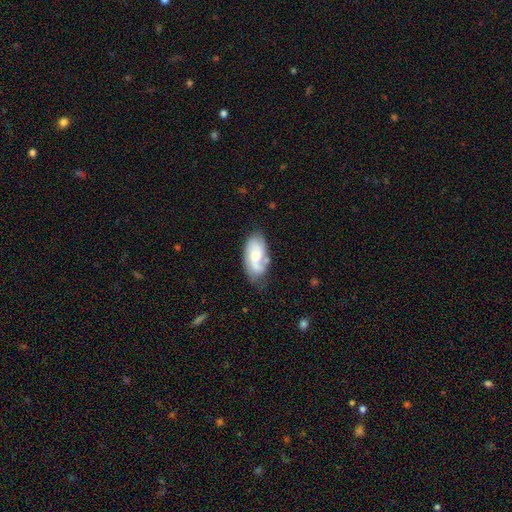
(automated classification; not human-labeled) smooth-or-featured: featured or disk: 58% | smooth: 35% | star or artifact: 6%
  disk-edge-on: no: 95% | yes: 5%
    bar: no: 63% | weak: 31% | strong: 6%
    has-spiral-arms: yes: 86% | no: 14%
    bulge-size: moderate: 49% | small: 28% | large: 13% | none: 8% | dominant: 2%
  merging: none: 56% | minor disturbance: 27% | major disturbance: 11% | merger: 6%